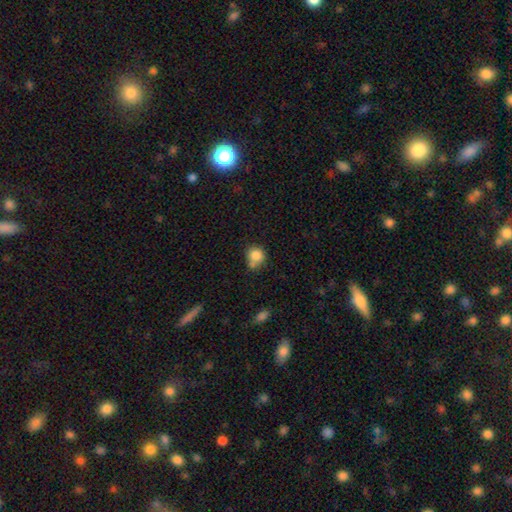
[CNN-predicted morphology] Overall: smooth (82%). How rounded: round (78%). Merging: none (46%; merger 24%).